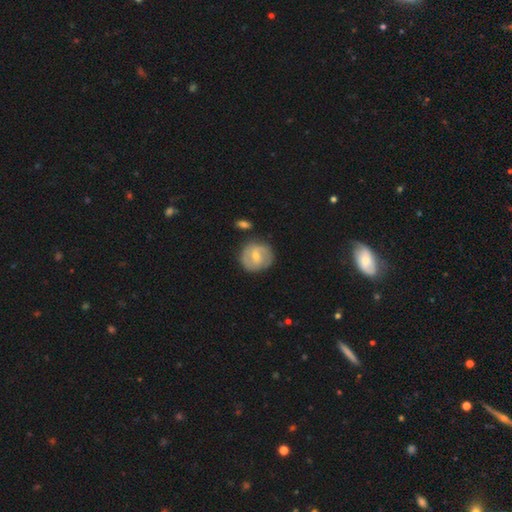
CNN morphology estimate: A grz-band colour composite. It shows a featured or disk galaxy (57%) with a weak bar (54%), spiral arms (71%) and a moderate central bulge (50%). Merging: none (77%).